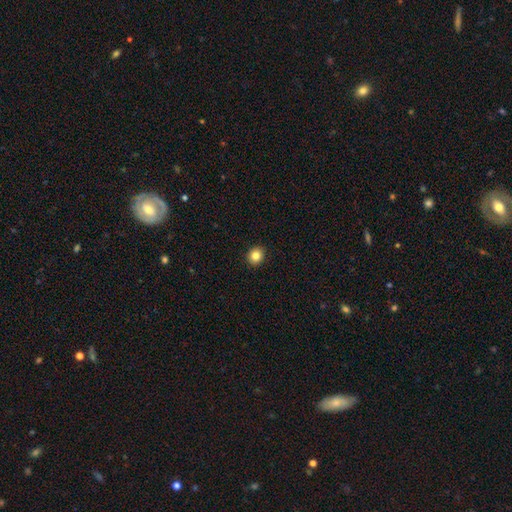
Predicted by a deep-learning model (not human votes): This appears to be a smooth galaxy with no disk features (83%) that is round (78%). Merging: none (92%).